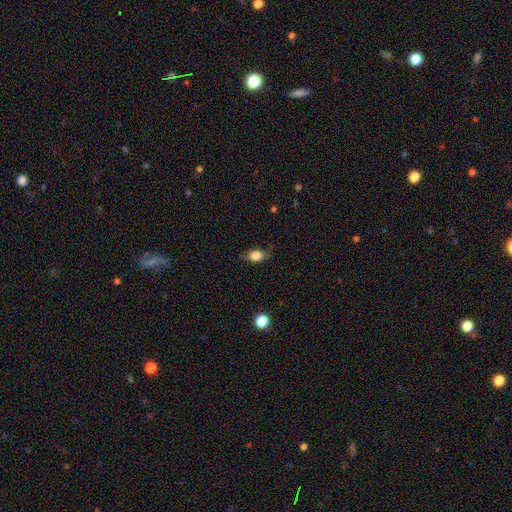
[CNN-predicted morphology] The model was most divided on "merging": none: 75%, minor disturbance: 19%, major disturbance: 4%, merger: 1%. More confident: smooth or featured — smooth (79%); how rounded — in between (78%).